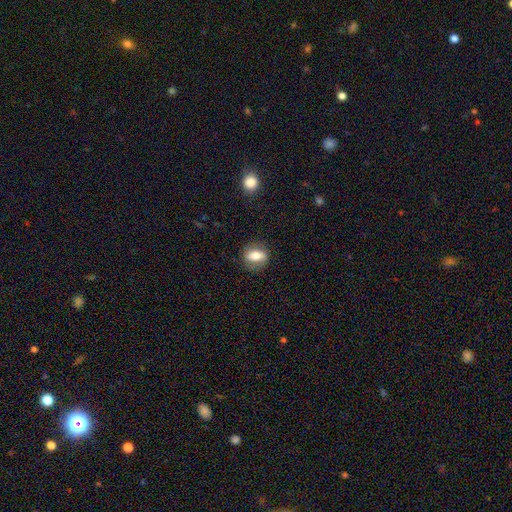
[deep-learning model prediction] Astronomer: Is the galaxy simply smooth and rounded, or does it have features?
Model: smooth — 61%.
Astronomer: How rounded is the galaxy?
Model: in between — 64%.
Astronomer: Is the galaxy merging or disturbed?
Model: none — 82%.